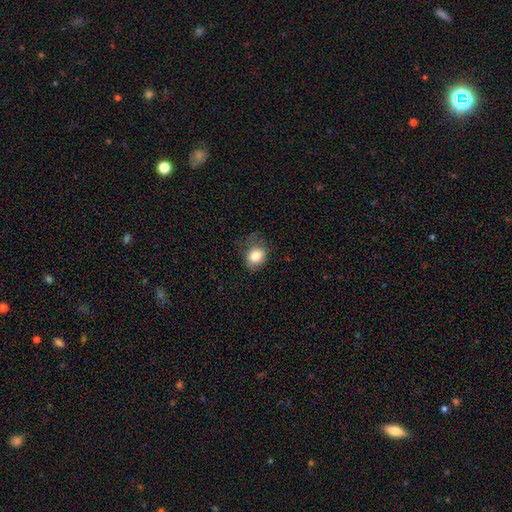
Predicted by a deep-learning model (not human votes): This appears to be a smooth galaxy with no disk features (82%) that is round (56%). Merging: none (65%).